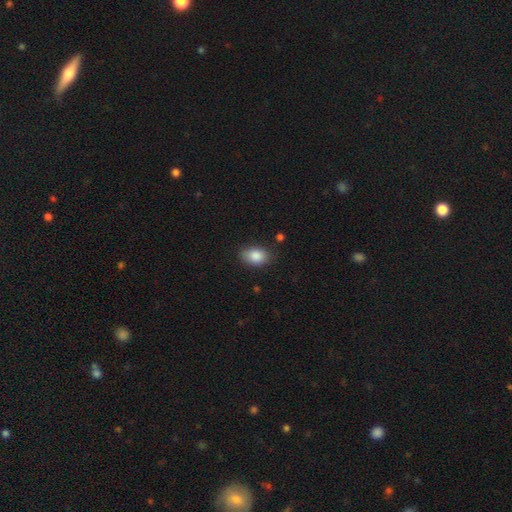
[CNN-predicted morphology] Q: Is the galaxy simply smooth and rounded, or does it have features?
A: smooth — 87%.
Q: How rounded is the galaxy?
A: in between — 82%.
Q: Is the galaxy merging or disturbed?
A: none — 80%.